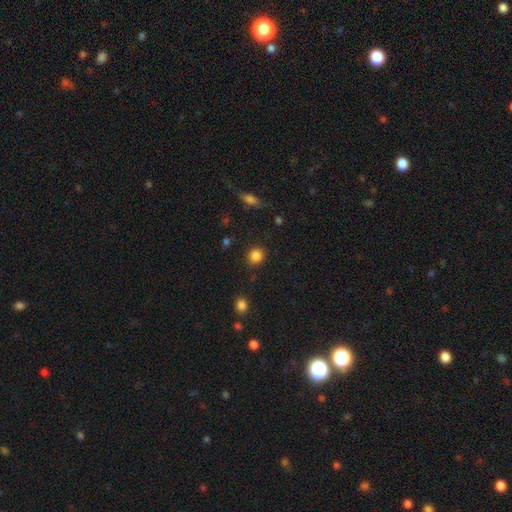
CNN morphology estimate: smooth 86%, star or artifact 11%, featured or disk 4%. Down the decision tree: how rounded — round (86%); merging — none (88%).